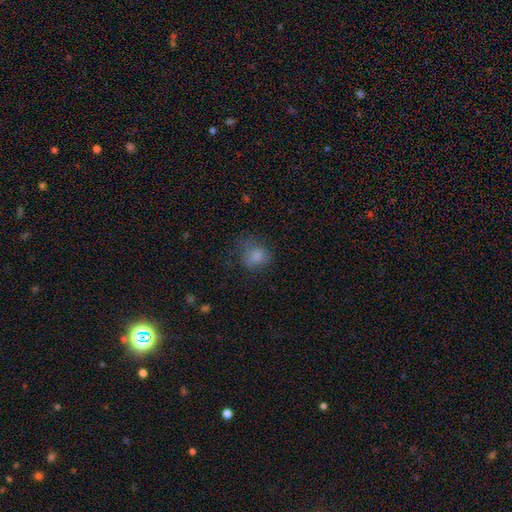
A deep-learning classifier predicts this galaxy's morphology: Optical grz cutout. It shows a smooth galaxy with no disk features (78%) that is round (65%). Merging: none (49%).